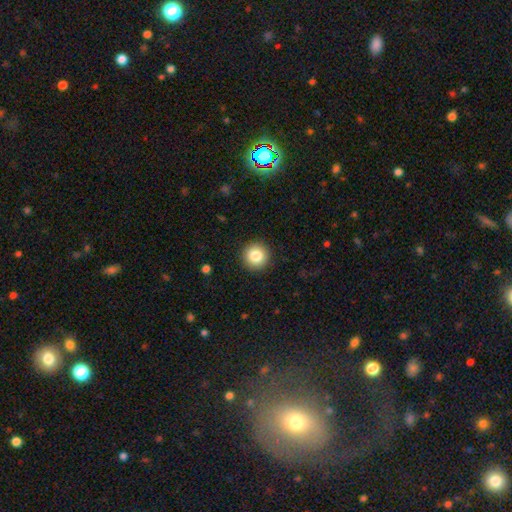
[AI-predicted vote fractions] Smooth or featured? smooth (84%)
How rounded? round (95%)
Merging? none (92%)